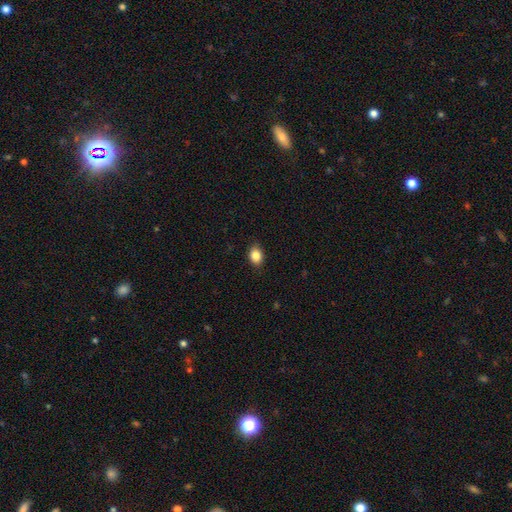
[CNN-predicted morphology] This appears to be a smooth galaxy with no disk features (86%) that is in between round and cigar-shaped (62%). Merging: none (85%).